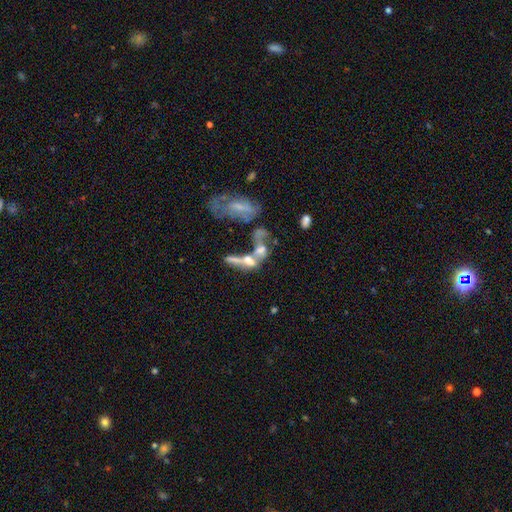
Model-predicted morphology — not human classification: featured or disk 51%, smooth 32%, star or artifact 17%. Down the decision tree: edge-on disk — no (78%); merging — merger (55%).